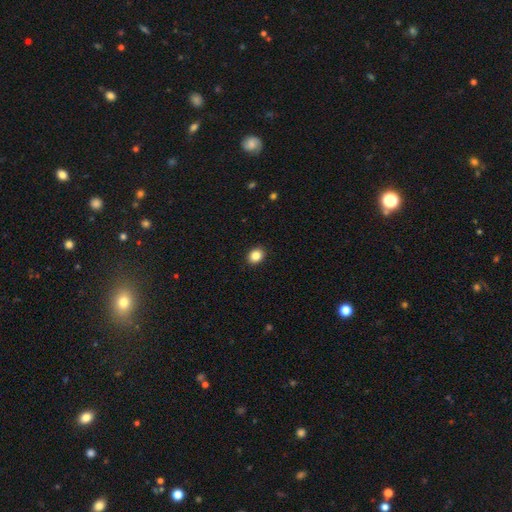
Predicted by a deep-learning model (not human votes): Smooth or featured? Predicted: smooth (p=0.86). How rounded? Predicted: round (p=0.65). Merging? Predicted: none (p=0.92).